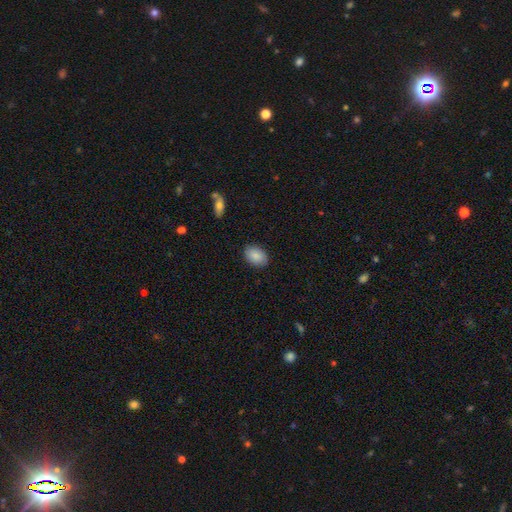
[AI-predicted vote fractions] smooth-or-featured: smooth: 88% | star or artifact: 7% | featured or disk: 6%
  how-rounded: in between: 84% | round: 15% | cigar-shaped: 1%
  merging: none: 88% | minor disturbance: 9% | major disturbance: 2% | merger: 1%